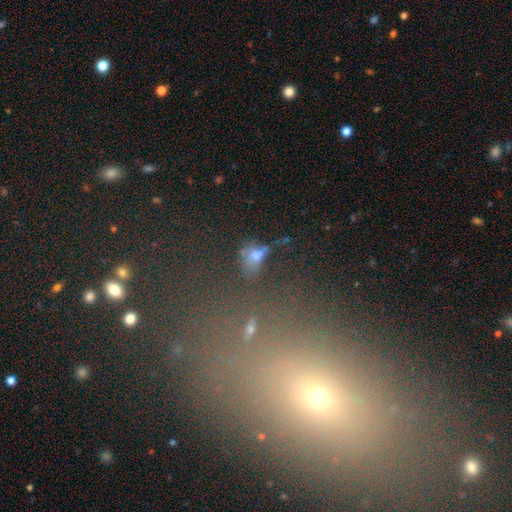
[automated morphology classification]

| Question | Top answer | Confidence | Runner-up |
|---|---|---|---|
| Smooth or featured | smooth | 48% | star or artifact (29%) |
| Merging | none | 35% | major disturbance (28%) |